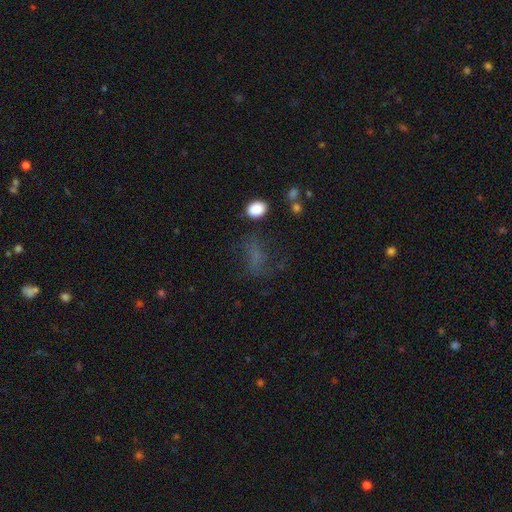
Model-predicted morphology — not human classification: smooth_or_featured: smooth (p=0.51) [alt: star or artifact p=0.27]
how_rounded: in between (p=0.71) [alt: round p=0.20]
merging: none (p=0.48) [alt: major disturbance p=0.26]